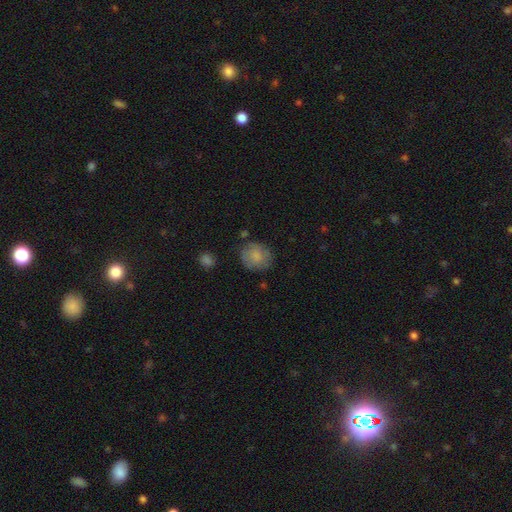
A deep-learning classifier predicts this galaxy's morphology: The model was most divided on "how rounded": round: 69%, in between: 30%, cigar-shaped: 1%. More confident: smooth or featured — smooth (78%); merging — none (73%).